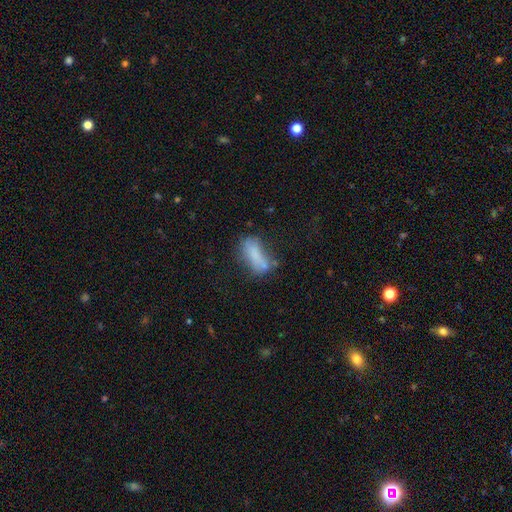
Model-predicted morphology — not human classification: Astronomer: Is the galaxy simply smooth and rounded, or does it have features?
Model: smooth — 68%.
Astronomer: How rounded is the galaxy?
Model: in between — 73%.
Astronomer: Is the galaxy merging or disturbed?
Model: none — 41% (runner-up: minor disturbance, 25%).